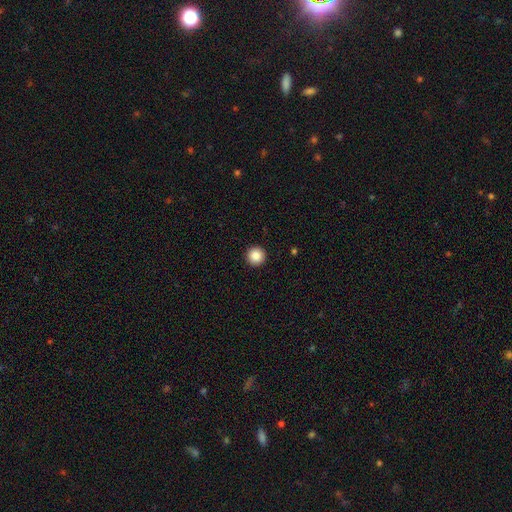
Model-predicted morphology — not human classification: smooth-or-featured: smooth: 87% | star or artifact: 9% | featured or disk: 4%
  how-rounded: round: 96% | in between: 3% | cigar-shaped: 1%
  merging: none: 94% | minor disturbance: 4% | major disturbance: 1% | merger: 1%